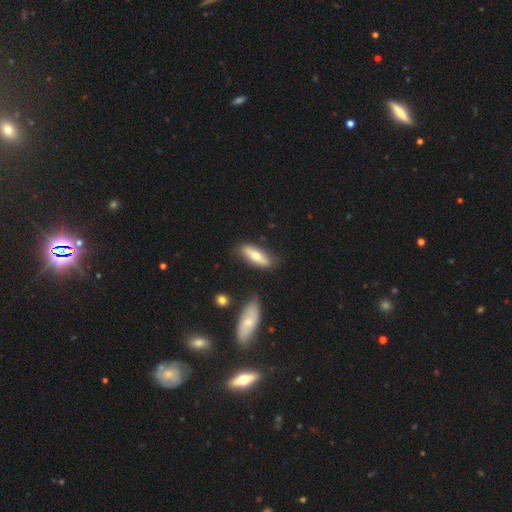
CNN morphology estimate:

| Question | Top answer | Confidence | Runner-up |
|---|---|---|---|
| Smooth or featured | smooth | 62% | featured or disk (32%) |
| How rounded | in between | 54% | cigar-shaped (44%) |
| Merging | none | 79% | minor disturbance (14%) |